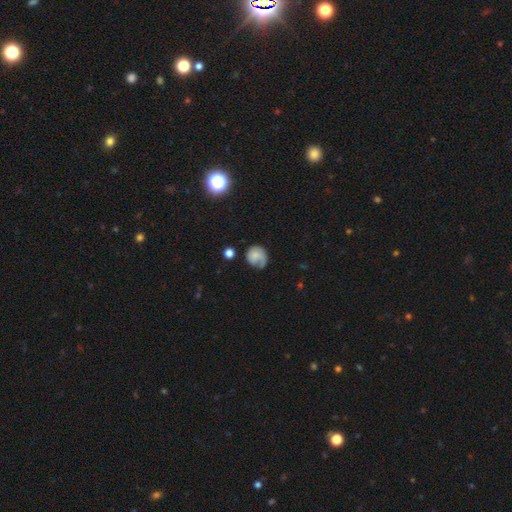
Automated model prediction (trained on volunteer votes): A smooth galaxy with no disk features (54%) that is round (74%). Merging: none (48%).